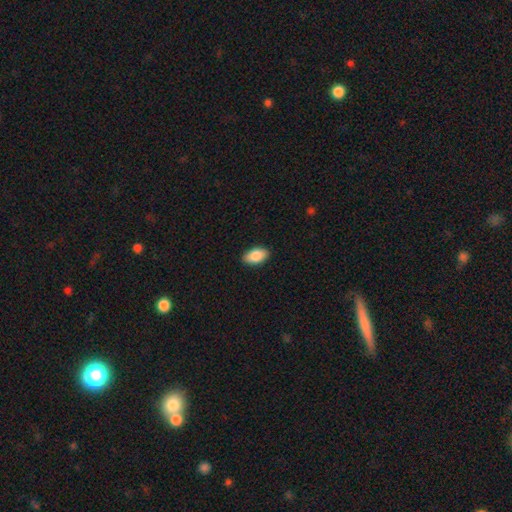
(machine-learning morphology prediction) smooth-or-featured: smooth: 87% | star or artifact: 6% | featured or disk: 6%
  how-rounded: in between: 94% | round: 4% | cigar-shaped: 2%
  merging: none: 89% | minor disturbance: 8% | major disturbance: 2% | merger: 1%